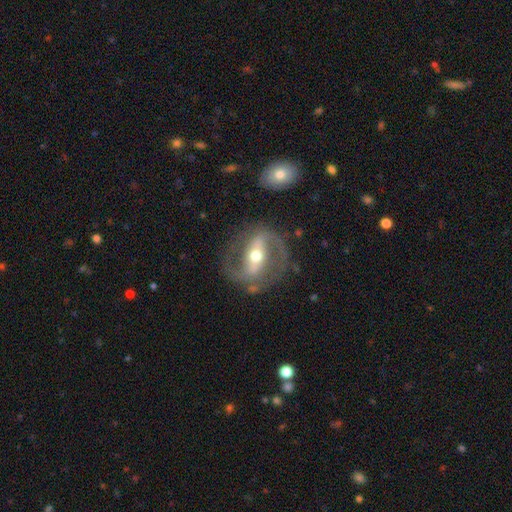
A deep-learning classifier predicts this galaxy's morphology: smooth_or_featured: featured or disk (p=0.86) [alt: smooth p=0.09]
disk_edge_on: no (p=0.93) [alt: yes p=0.07]
bar: strong (p=0.64) [alt: weak p=0.24]
has_spiral_arms: yes (p=0.86) [alt: no p=0.14]
spiral_winding: medium (p=0.52) [alt: loose p=0.28]
spiral_arm_count: 2 (p=0.90) [alt: can't tell p=0.04]
bulge_size: moderate (p=0.68) [alt: small p=0.24]
merging: none (p=0.78) [alt: minor disturbance p=0.13]